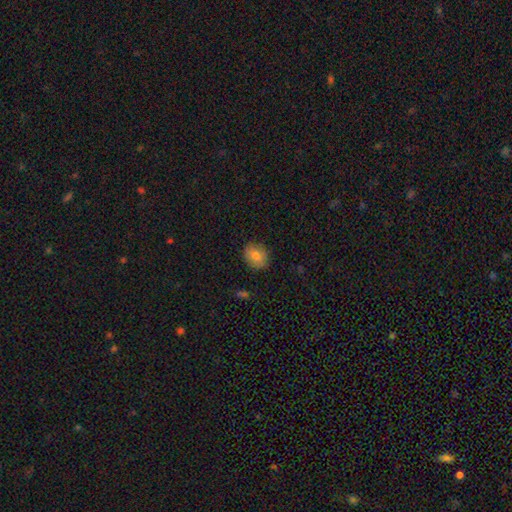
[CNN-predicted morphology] A smooth galaxy with no disk features (81%) that is round (52%). Merging: none (85%).